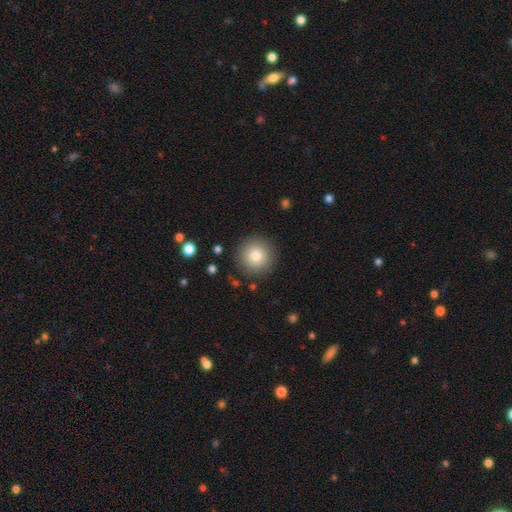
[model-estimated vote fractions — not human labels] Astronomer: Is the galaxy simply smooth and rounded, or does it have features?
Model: smooth — 82%.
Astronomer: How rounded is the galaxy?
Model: round — 96%.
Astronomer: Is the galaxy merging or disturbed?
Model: none — 90%.